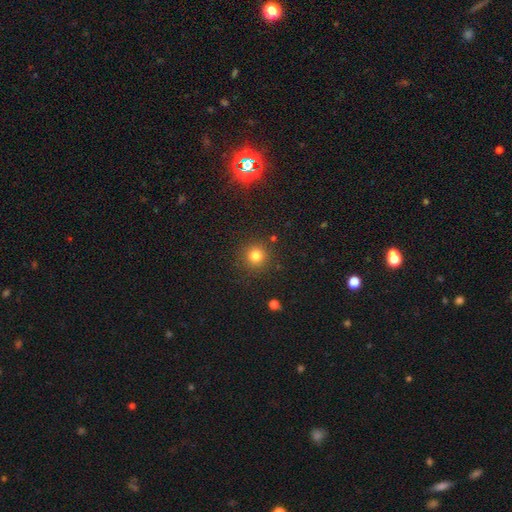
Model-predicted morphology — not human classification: The model was most divided on "smooth or featured": smooth: 80%, star or artifact: 14%, featured or disk: 6%. More confident: how rounded — round (93%); merging — none (88%).